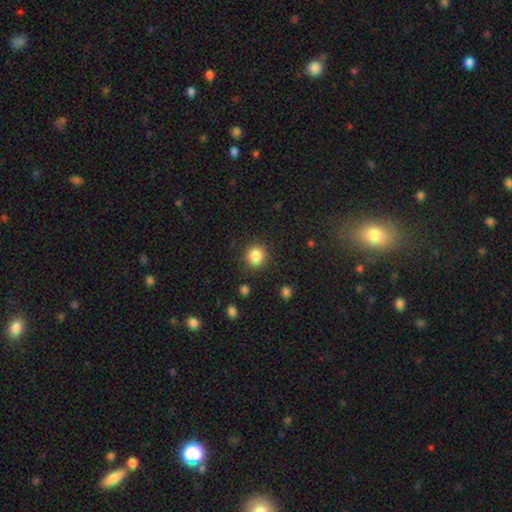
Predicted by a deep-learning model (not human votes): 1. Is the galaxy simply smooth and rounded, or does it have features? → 86% smooth, 10% star or artifact, 4% featured or disk.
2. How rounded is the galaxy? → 89% round, 10% in between, 1% cigar-shaped.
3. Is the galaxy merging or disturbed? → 87% none, 8% minor disturbance, 3% major disturbance, 2% merger.